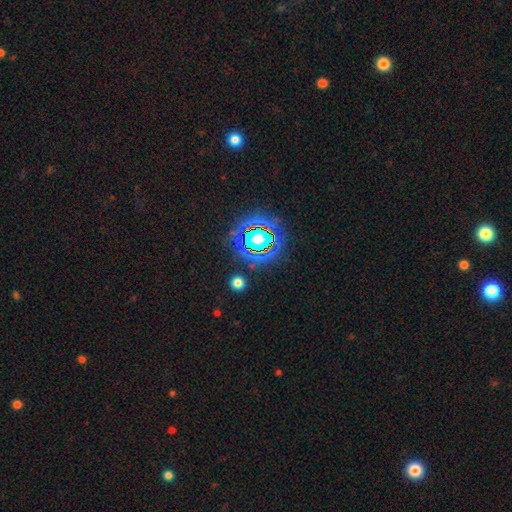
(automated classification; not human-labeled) Smooth or featured: star or artifact — 79% (smooth — 12%)